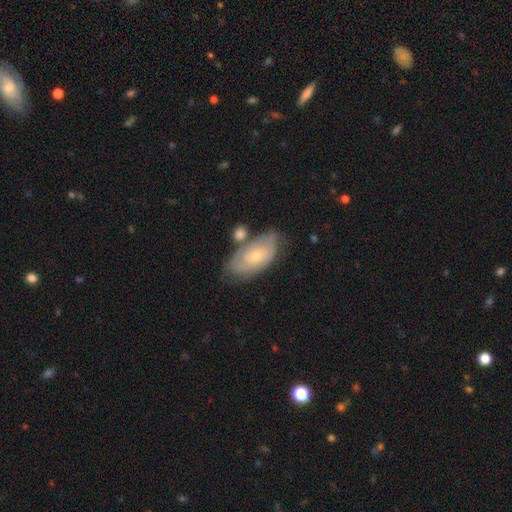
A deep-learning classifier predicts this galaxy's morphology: smooth_or_featured: featured or disk (p=0.57) [alt: smooth p=0.36]
disk_edge_on: no (p=0.92) [alt: yes p=0.08]
bar: no (p=0.80) [alt: weak p=0.17]
has_spiral_arms: yes (p=0.69) [alt: no p=0.31]
bulge_size: small (p=0.62) [alt: moderate p=0.35]
merging: none (p=0.55) [alt: minor disturbance p=0.22]